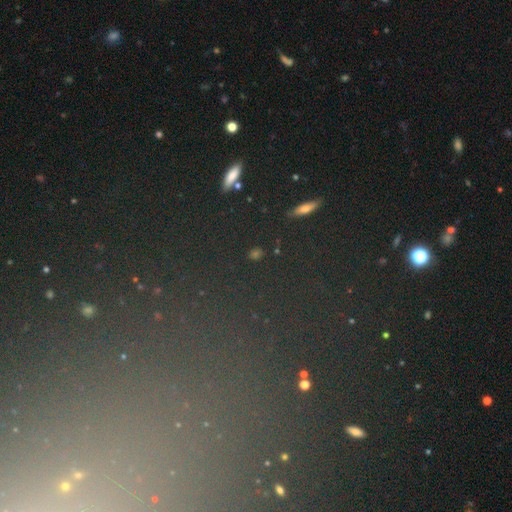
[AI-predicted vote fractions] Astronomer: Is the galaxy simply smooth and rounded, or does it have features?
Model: star or artifact — 52% (runner-up: smooth, 30%).